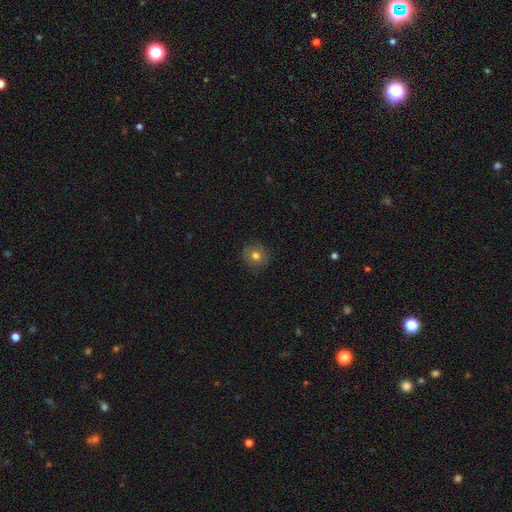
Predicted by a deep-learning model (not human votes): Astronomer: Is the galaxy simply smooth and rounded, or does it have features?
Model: smooth — 74%.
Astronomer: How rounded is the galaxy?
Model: round — 91%.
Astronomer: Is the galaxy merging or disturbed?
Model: none — 85%.